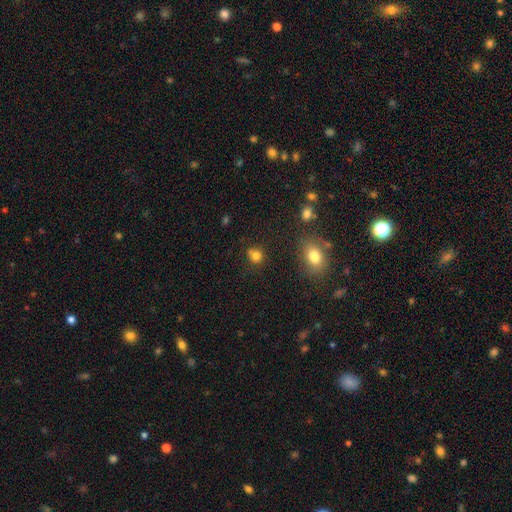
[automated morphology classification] This is likely a smooth galaxy (80%). How rounded: likely round (75%). Merging: likely none (67%).